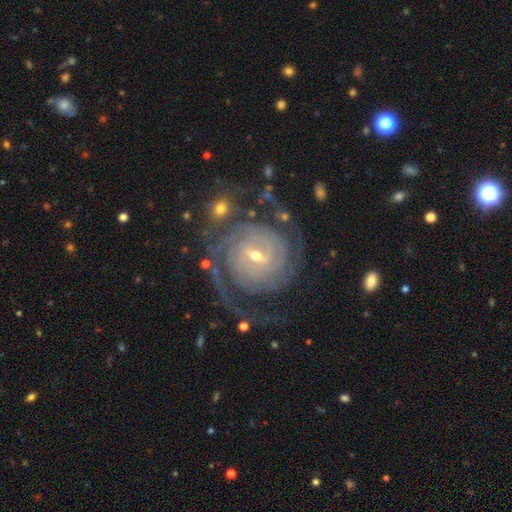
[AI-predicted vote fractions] Q: Smooth or featured?
A: featured or disk (90%); runner-up: star or artifact (5%)
Q: Edge-on disk?
A: no (97%); runner-up: yes (3%)
Q: Bar?
A: weak (52%); runner-up: no (28%)
Q: Spiral arms?
A: yes (98%); runner-up: no (2%)
Q: Spiral winding?
A: tight (78%); runner-up: medium (18%)
Q: Spiral arm count?
A: 2 (30%); runner-up: can't tell (22%)
Q: Bulge size?
A: small (62%); runner-up: moderate (35%)
Q: Merging?
A: none (70%); runner-up: minor disturbance (15%)